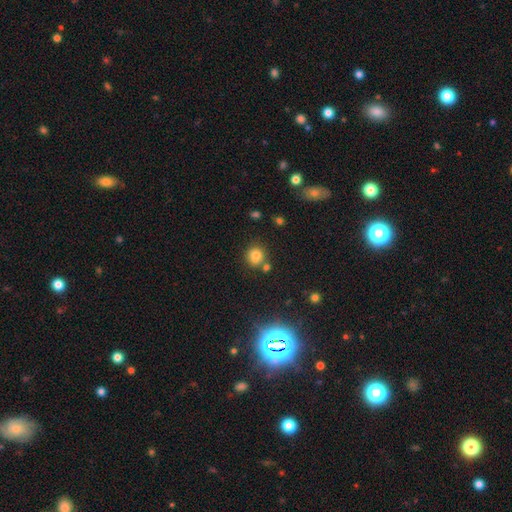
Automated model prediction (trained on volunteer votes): Overall: smooth (78%). How rounded: round (84%). Merging: none (69%).